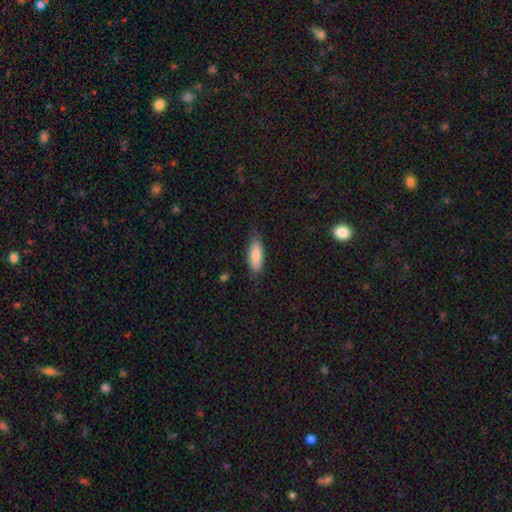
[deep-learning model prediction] A smooth galaxy with no disk features (86%) that is in between round and cigar-shaped (72%). Merging: none (75%).